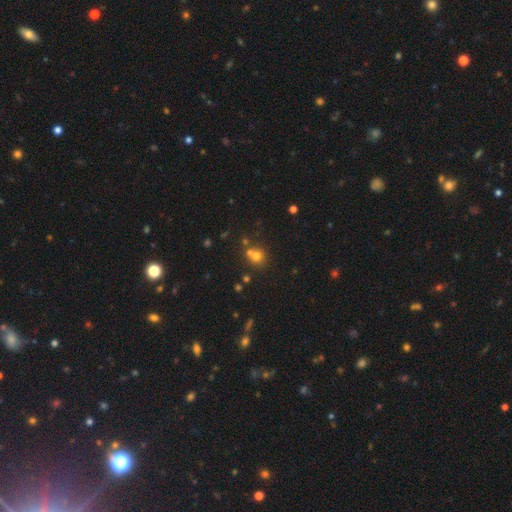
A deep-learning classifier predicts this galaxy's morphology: type=smooth (68%); roundness=round (84%); merging=none (51%).